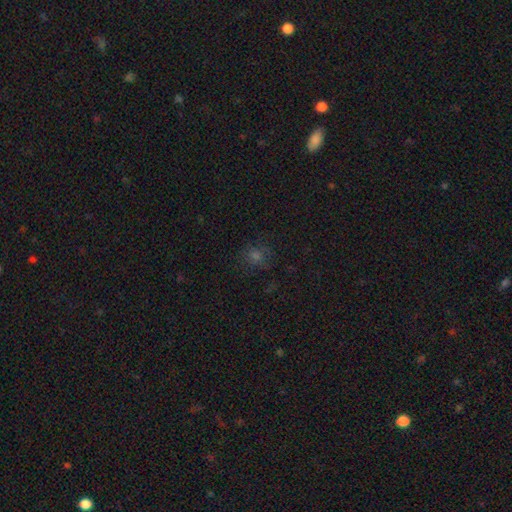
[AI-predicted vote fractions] A smooth galaxy with no disk features (59%) that is round (82%). Merging: none (81%).